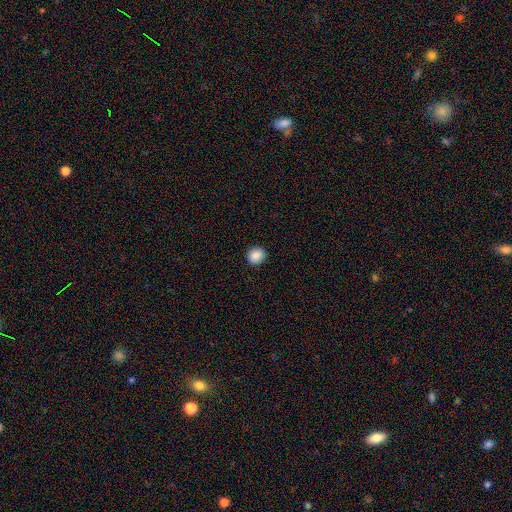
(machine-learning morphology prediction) Overall: smooth (88%). How rounded: round (82%). Merging: none (90%).